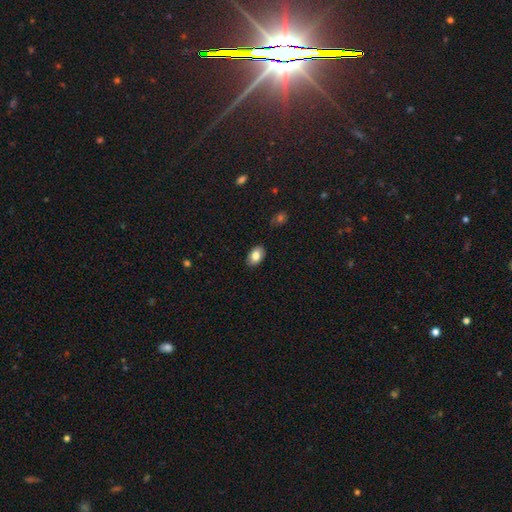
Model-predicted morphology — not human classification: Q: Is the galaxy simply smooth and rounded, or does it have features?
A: smooth — 81%.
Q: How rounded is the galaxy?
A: in between — 88%.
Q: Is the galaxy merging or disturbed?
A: none — 87%.